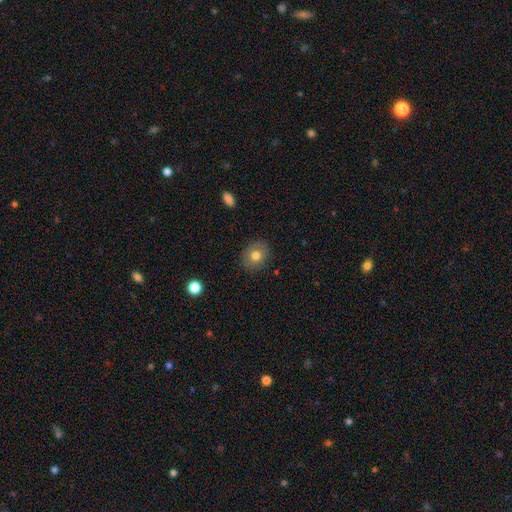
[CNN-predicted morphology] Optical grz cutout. It shows a smooth galaxy with no disk features (76%) that is round (60%). Merging: none (84%).